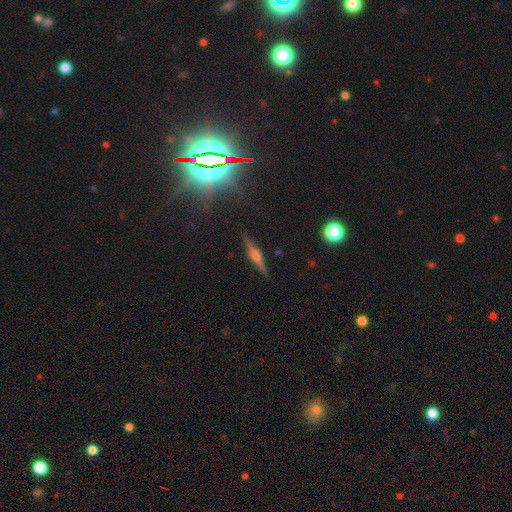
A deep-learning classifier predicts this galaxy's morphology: Overall: featured or disk (70%). Edge-on disk: yes (97%). Edge-on bulge: rounded (84%). Merging: none (90%).